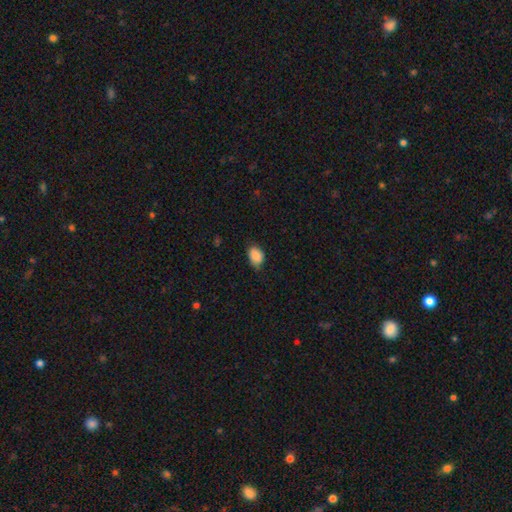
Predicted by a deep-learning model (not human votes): smooth 88%, star or artifact 8%, featured or disk 5%. Down the decision tree: how rounded — in between (80%); merging — none (69%).